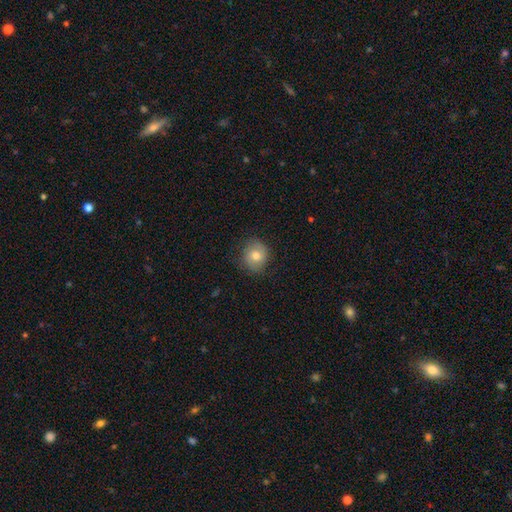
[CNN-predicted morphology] The model was most divided on "how rounded": round: 73%, in between: 26%, cigar-shaped: 1%. More confident: merging — none (80%); smooth or featured — smooth (74%).